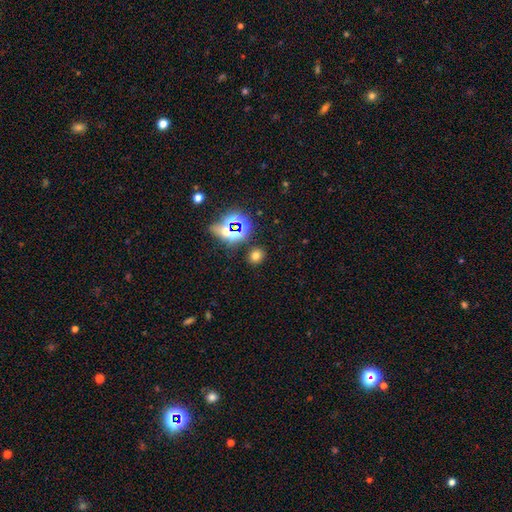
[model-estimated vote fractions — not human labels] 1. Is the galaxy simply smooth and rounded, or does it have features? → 67% smooth, 25% star or artifact, 8% featured or disk.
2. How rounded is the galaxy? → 72% round, 27% in between, 1% cigar-shaped.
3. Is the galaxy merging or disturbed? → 86% none, 8% minor disturbance, 3% merger, 3% major disturbance.